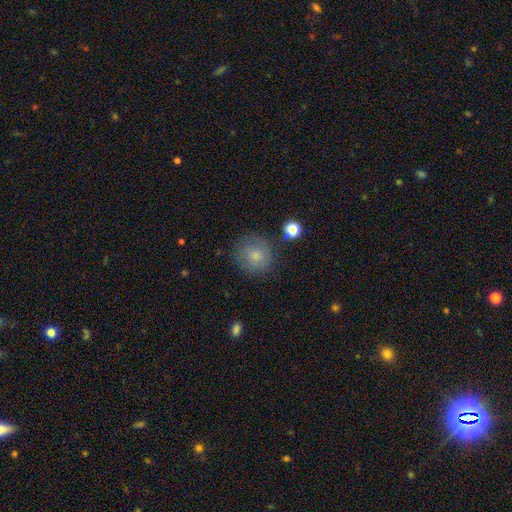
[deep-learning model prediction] smooth-or-featured: smooth: 81% | star or artifact: 10% | featured or disk: 9%
  how-rounded: round: 91% | in between: 9% | cigar-shaped: 1%
  merging: none: 80% | minor disturbance: 13% | major disturbance: 5% | merger: 3%